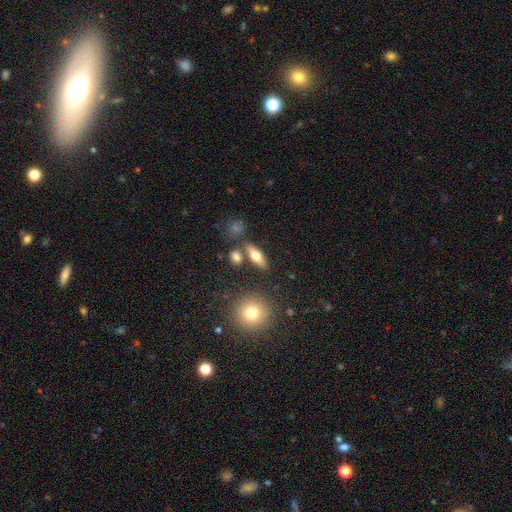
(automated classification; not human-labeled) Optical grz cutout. It shows a smooth galaxy with no disk features (61%) that is in between round and cigar-shaped (58%). Merging: none (77%).